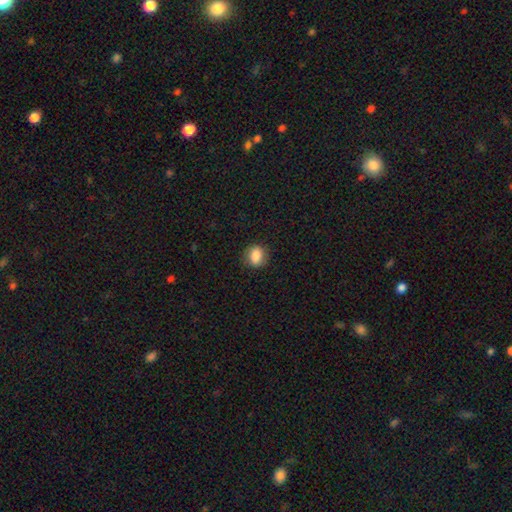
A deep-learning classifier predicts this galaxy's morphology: Smooth or featured? Predicted: smooth (p=0.84). How rounded? Predicted: round (p=0.53). Merging? Predicted: none (p=0.83).